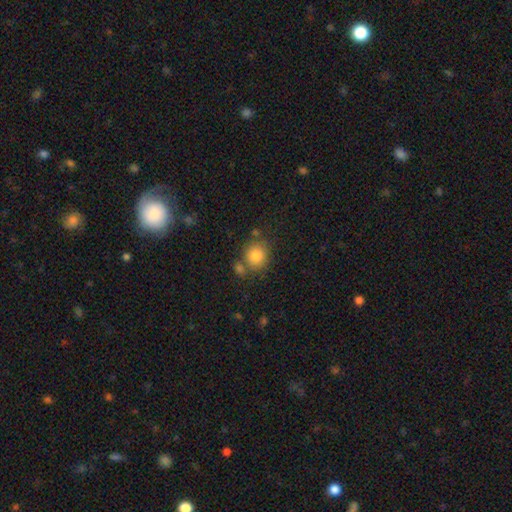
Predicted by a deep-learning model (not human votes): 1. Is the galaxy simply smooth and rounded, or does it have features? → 83% smooth, 10% star or artifact, 7% featured or disk.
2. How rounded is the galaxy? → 83% round, 16% in between, 1% cigar-shaped.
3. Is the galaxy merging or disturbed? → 68% none, 16% merger, 12% minor disturbance, 4% major disturbance.